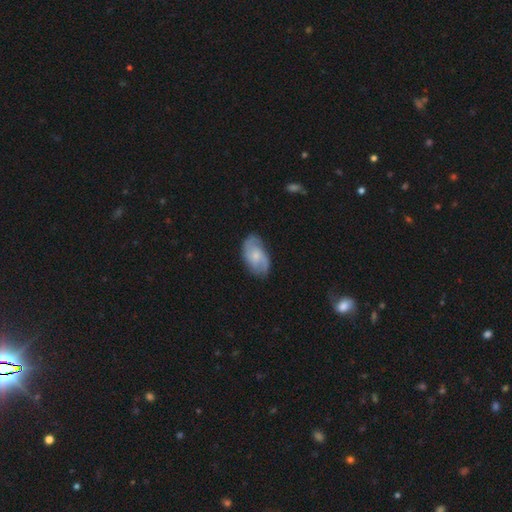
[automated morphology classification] A featured or disk galaxy (61%) with no bar (65%), 2 (64%) medium (46%) spiral arms (90%) and a small central bulge (59%). Merging: none (73%).